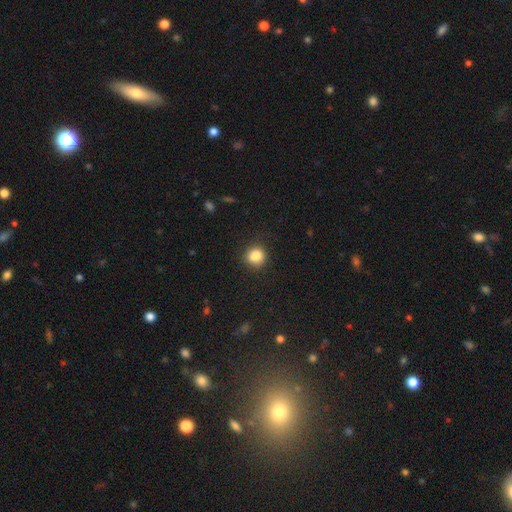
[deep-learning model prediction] Q: Smooth or featured?
A: smooth (85%); runner-up: star or artifact (11%)
Q: How rounded?
A: round (80%); runner-up: in between (19%)
Q: Merging?
A: none (81%); runner-up: minor disturbance (14%)